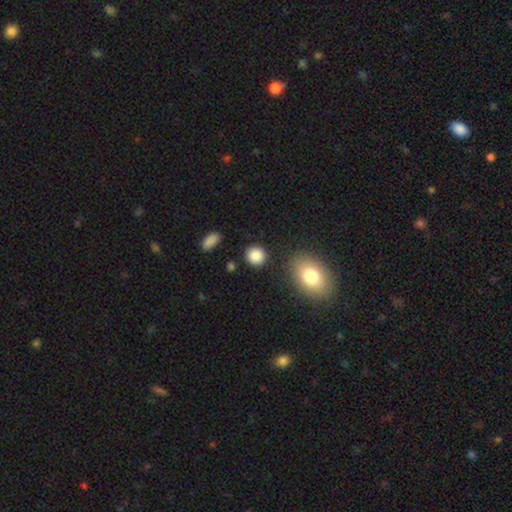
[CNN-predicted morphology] A smooth galaxy with no disk features (87%) that is round (88%).

Vote fractions:
- Smooth or featured? smooth: 87% / star or artifact: 9% / featured or disk: 4%
- How rounded? round: 88% / in between: 11% / cigar-shaped: 1%
- Merging? none: 87% / minor disturbance: 8% / major disturbance: 3% / merger: 3%